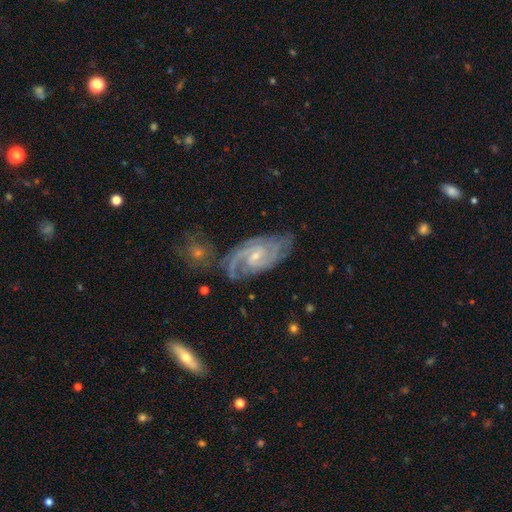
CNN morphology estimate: smooth_or_featured: featured or disk (p=0.90) [alt: smooth p=0.05]
disk_edge_on: no (p=0.96) [alt: yes p=0.04]
bar: weak (p=0.49) [alt: no p=0.39]
has_spiral_arms: yes (p=0.98) [alt: no p=0.02]
spiral_winding: tight (p=0.45) [tied with: medium p=0.45]
spiral_arm_count: 2 (p=0.51) [alt: 3 p=0.23]
bulge_size: small (p=0.71) [alt: moderate p=0.24]
merging: none (p=0.69) [alt: minor disturbance p=0.21]